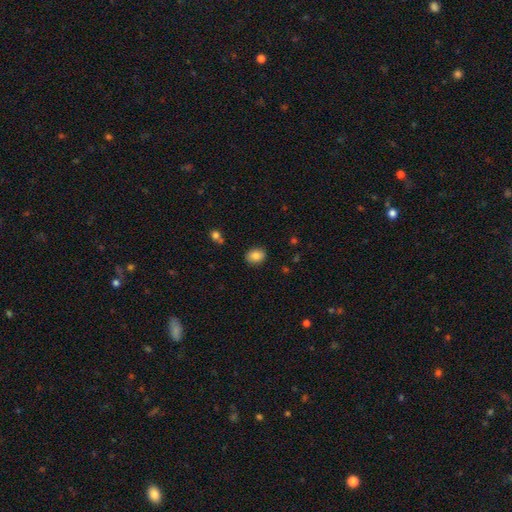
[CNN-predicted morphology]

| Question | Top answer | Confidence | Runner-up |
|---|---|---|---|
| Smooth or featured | smooth | 84% | star or artifact (9%) |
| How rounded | in between | 53% | round (46%) |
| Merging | none | 87% | minor disturbance (9%) |